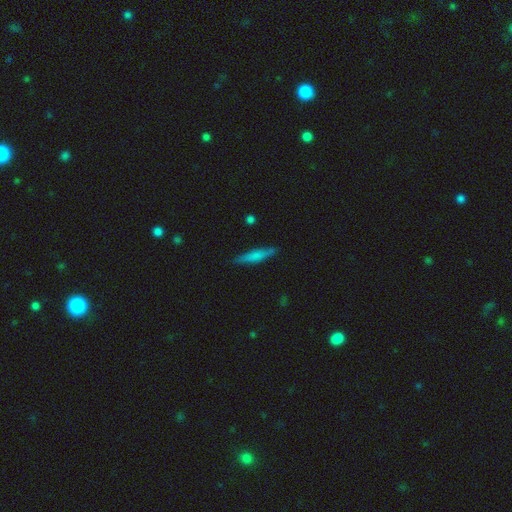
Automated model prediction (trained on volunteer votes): This is likely a smooth galaxy (64%). How rounded: clearly cigar-shaped (88%). Merging: clearly none (86%).